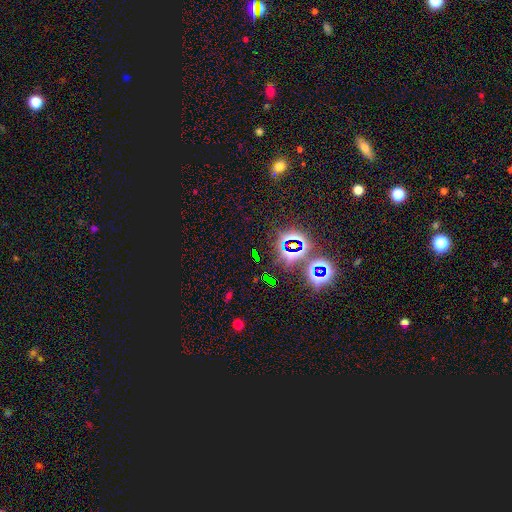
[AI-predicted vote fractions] Morphology: type=star or artifact (77%).